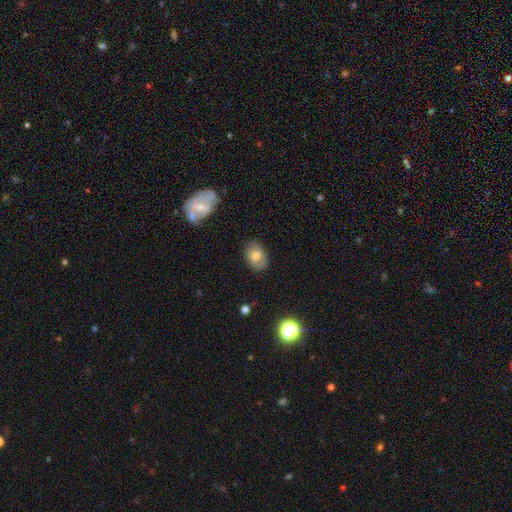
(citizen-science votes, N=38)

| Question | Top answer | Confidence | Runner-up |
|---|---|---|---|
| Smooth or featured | smooth | 87% | featured or disk (11%) |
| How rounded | in between | 85% | round (15%) |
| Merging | none | 84% | minor disturbance (14%) |